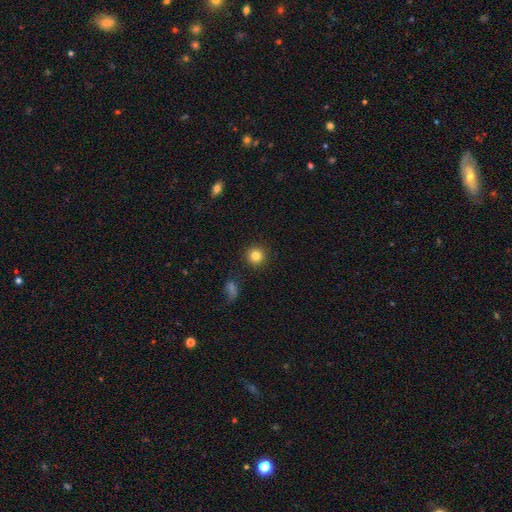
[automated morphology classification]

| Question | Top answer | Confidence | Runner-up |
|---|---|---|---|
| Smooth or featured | smooth | 84% | star or artifact (11%) |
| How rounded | round | 94% | in between (5%) |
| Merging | none | 91% | minor disturbance (5%) |